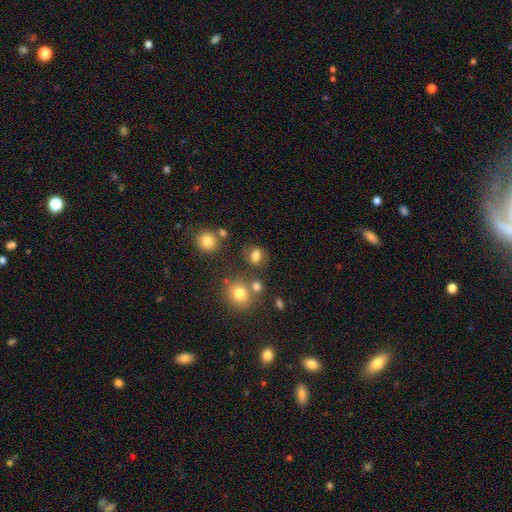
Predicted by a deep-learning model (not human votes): This appears to be a smooth galaxy with no disk features (75%) that is round (50%). Merging: none (68%).